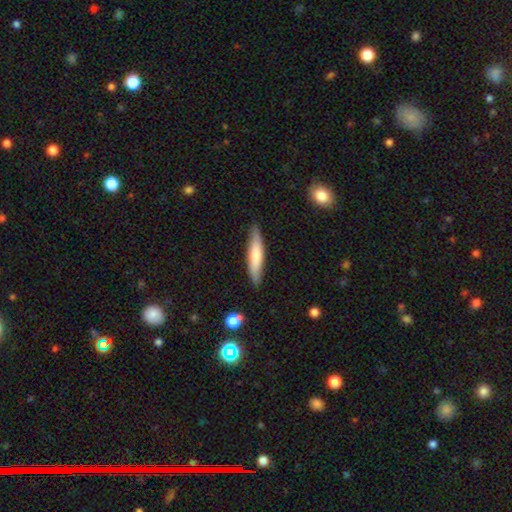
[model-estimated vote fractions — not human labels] smooth 68%, featured or disk 26%, star or artifact 5%. Down the decision tree: how rounded — cigar-shaped (84%); merging — none (86%).